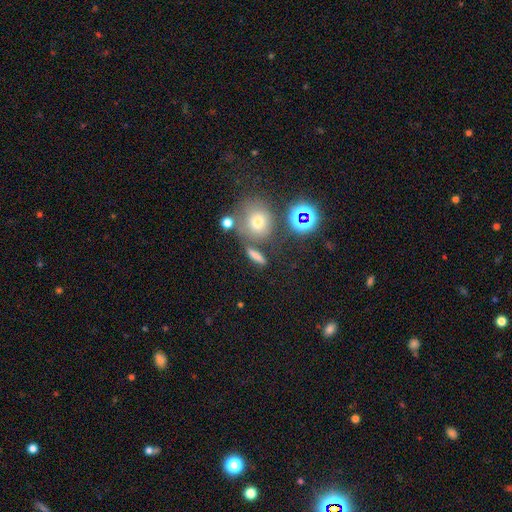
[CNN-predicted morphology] smooth-or-featured: smooth: 70% | star or artifact: 18% | featured or disk: 12%
  how-rounded: cigar-shaped: 48% | in between: 30% | round: 22%
  merging: none: 73% | merger: 11% | minor disturbance: 11% | major disturbance: 5%